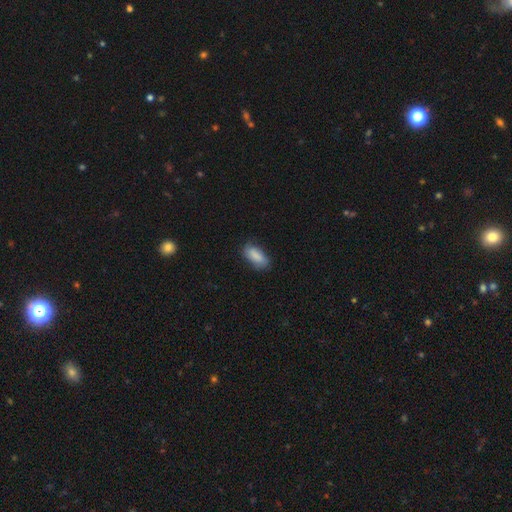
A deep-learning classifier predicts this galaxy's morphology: This appears to be a smooth galaxy with no disk features (87%) that is in between round and cigar-shaped (85%). Merging: none (75%).